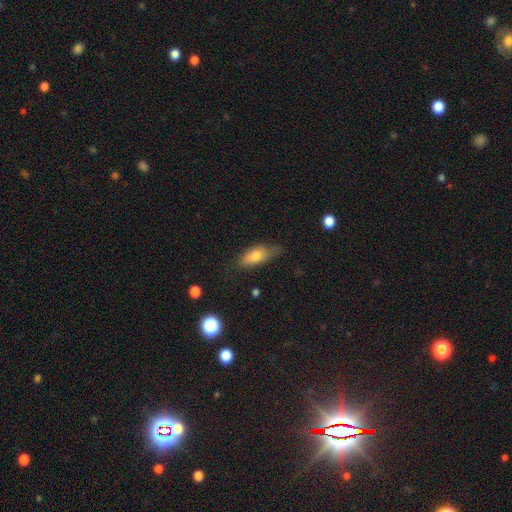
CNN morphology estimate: Q: Smooth or featured?
A: smooth (73%); runner-up: featured or disk (19%)
Q: How rounded?
A: in between (78%); runner-up: cigar-shaped (18%)
Q: Merging?
A: none (67%); runner-up: minor disturbance (25%)